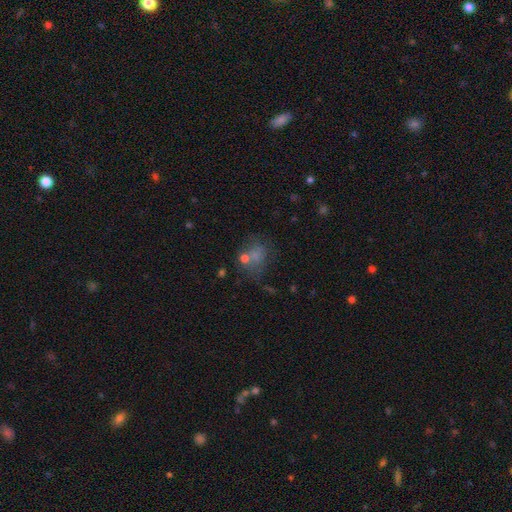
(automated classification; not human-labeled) smooth-or-featured: smooth: 58% | star or artifact: 22% | featured or disk: 21%
  how-rounded: round: 59% | in between: 40% | cigar-shaped: 1%
  merging: none: 43% | merger: 19% | minor disturbance: 19% | major disturbance: 18%